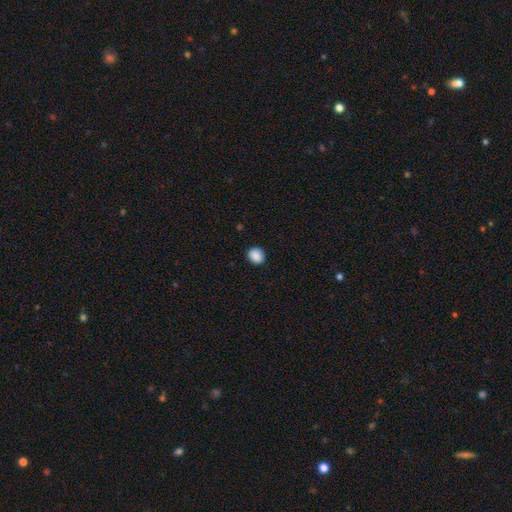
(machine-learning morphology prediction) Q: Smooth or featured?
A: smooth (89%); runner-up: star or artifact (8%)
Q: How rounded?
A: round (80%); runner-up: in between (20%)
Q: Merging?
A: none (91%); runner-up: minor disturbance (6%)